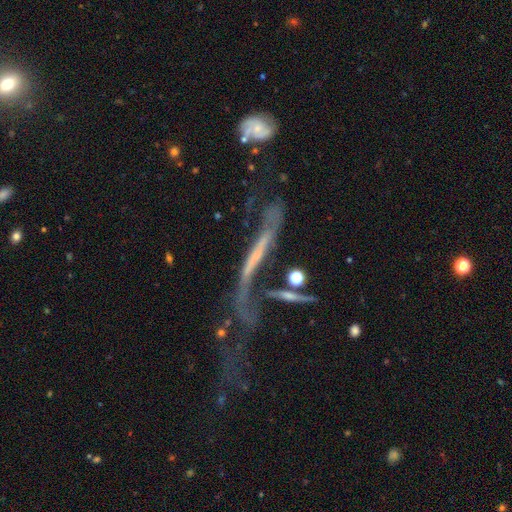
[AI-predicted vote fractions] featured or disk 70%, smooth 18%, star or artifact 12%. Down the decision tree: edge-on disk — no (55%); merging — major disturbance (40%).